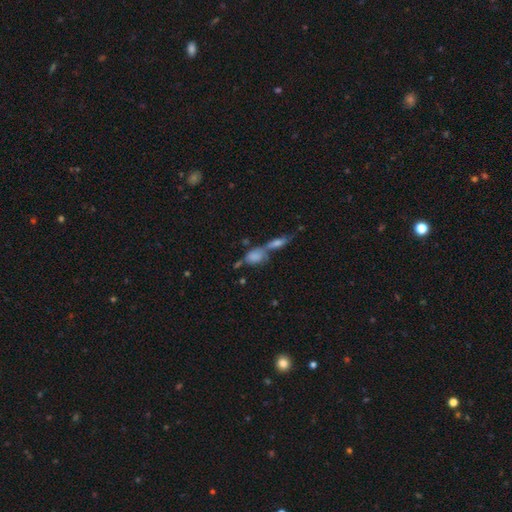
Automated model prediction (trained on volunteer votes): smooth_or_featured: smooth (p=0.71) [alt: featured or disk p=0.19]
how_rounded: in between (p=0.69) [alt: round p=0.23]
merging: merger (p=0.56) [alt: none p=0.26]